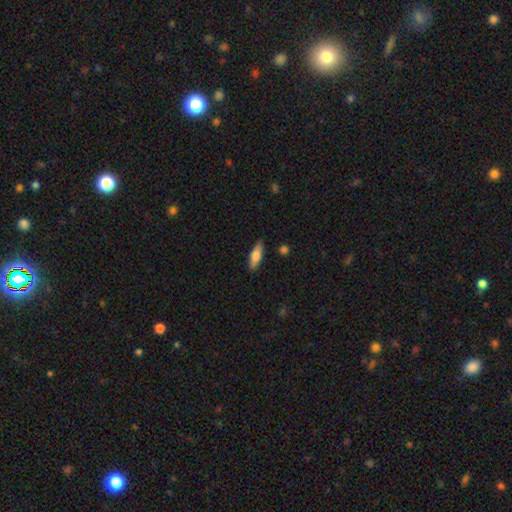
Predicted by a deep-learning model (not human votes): This is likely a smooth galaxy (73%). How rounded: possibly in between (55%). Merging: clearly none (86%).